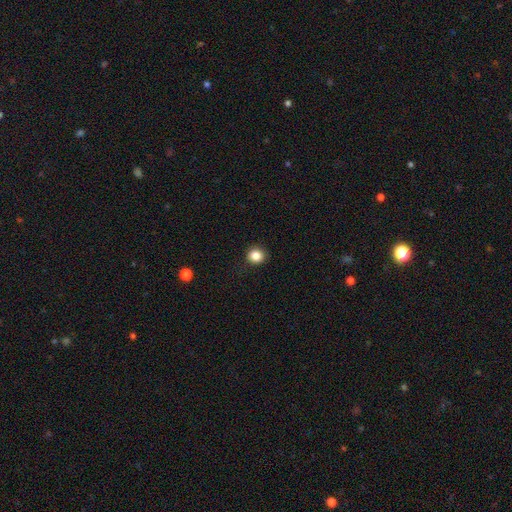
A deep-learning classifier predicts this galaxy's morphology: This is clearly a smooth galaxy (85%). How rounded: clearly round (87%). Merging: clearly none (89%).